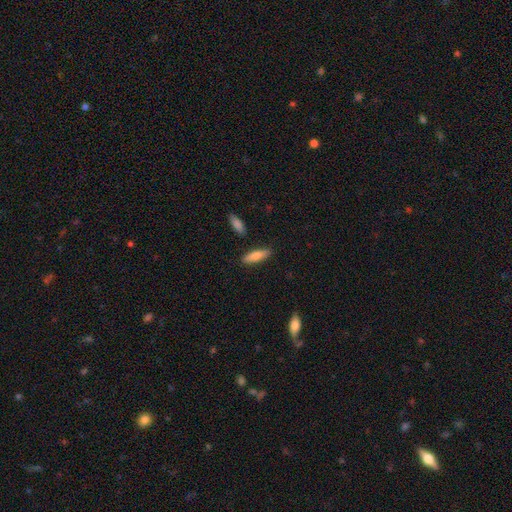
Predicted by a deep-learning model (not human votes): Overall: smooth (78%). How rounded: cigar-shaped (57%; in between 41%). Merging: none (86%).